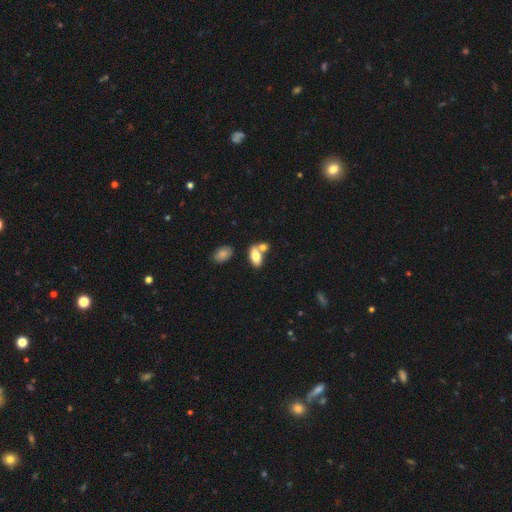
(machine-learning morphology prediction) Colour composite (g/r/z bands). It shows a smooth galaxy with no disk features (78%) that is in between round and cigar-shaped (89%). Merging: none (43%).